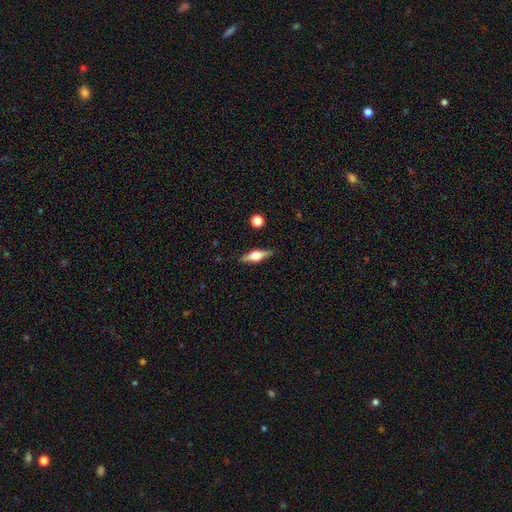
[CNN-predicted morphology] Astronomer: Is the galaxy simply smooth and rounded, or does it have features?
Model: featured or disk — 63%.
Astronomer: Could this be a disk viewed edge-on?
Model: yes — 96%.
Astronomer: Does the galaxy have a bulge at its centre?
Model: rounded — 93%.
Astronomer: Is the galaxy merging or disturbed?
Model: none — 88%.